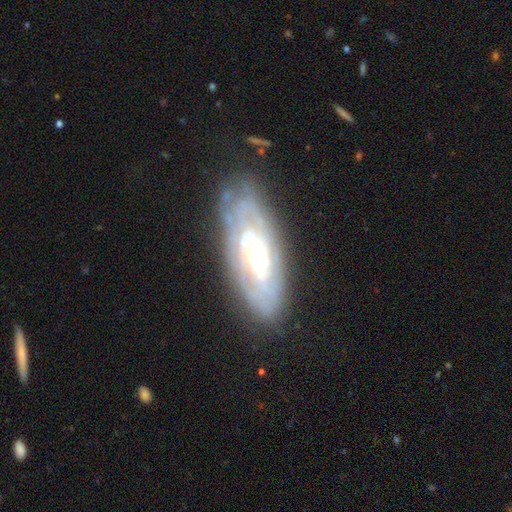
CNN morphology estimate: Smooth or featured? Predicted: featured or disk (p=0.81). Edge-on disk? Predicted: no (p=0.85). Bar? Predicted: no (p=0.68). Spiral arms? Predicted: yes (p=0.77). Spiral winding? Predicted: tight (p=0.77). Spiral arm count? Predicted: can't tell (p=0.61). Bulge size? Predicted: moderate (p=0.70). Merging? Predicted: none (p=0.77).